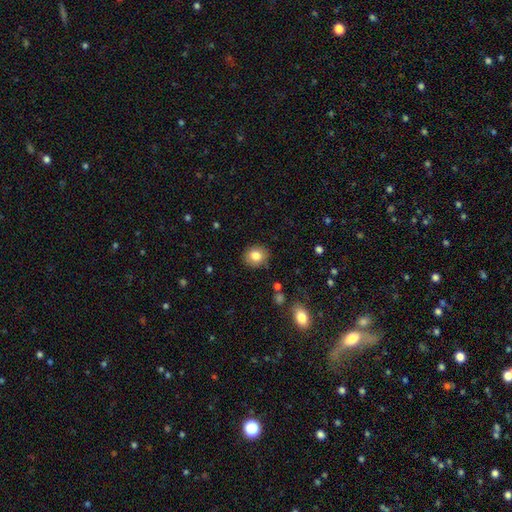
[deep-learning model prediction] Morphology: type=smooth (82%); roundness=round (76%); merging=none (88%).